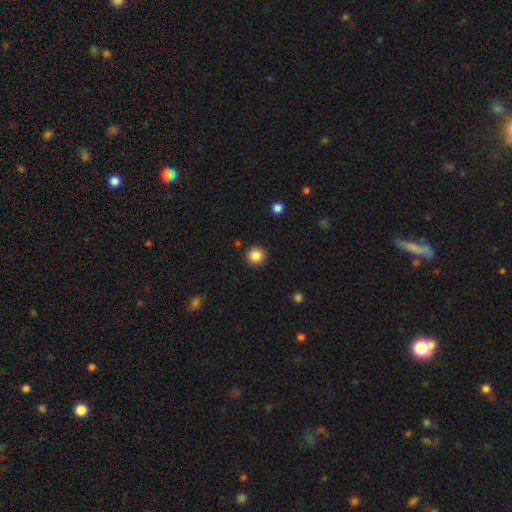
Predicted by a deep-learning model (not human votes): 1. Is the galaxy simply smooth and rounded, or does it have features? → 86% smooth, 10% star or artifact, 4% featured or disk.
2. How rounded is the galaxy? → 95% round, 4% in between, 1% cigar-shaped.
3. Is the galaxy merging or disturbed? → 91% none, 5% minor disturbance, 2% major disturbance, 2% merger.